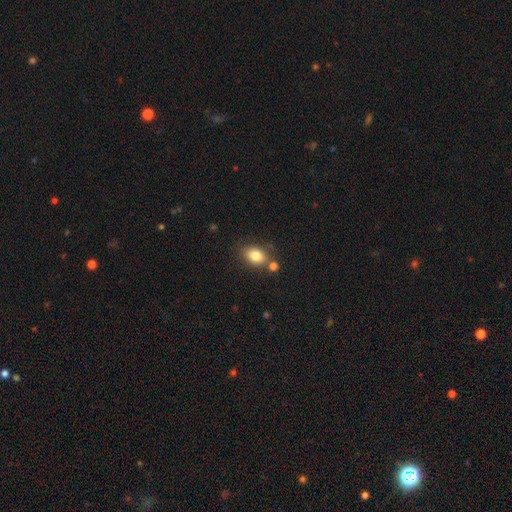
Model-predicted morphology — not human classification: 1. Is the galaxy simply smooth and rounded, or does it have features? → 81% smooth, 9% star or artifact, 9% featured or disk.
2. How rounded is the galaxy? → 76% in between, 23% round, 1% cigar-shaped.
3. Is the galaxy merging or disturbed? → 68% none, 15% merger, 13% minor disturbance, 4% major disturbance.